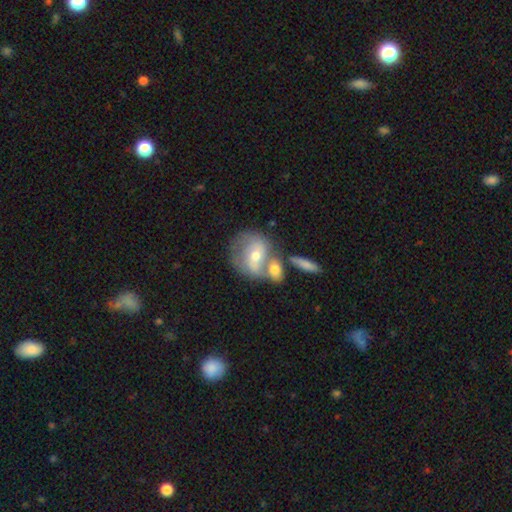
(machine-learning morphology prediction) This is possibly a featured or disk galaxy (58%). It is clearly not viewed edge-on (93%). Bar: marginally weak (39%, tied with no). Spiral arm pattern: likely yes (63%). Central bulge: possibly moderate (59%). Merging: marginally merger (41%).